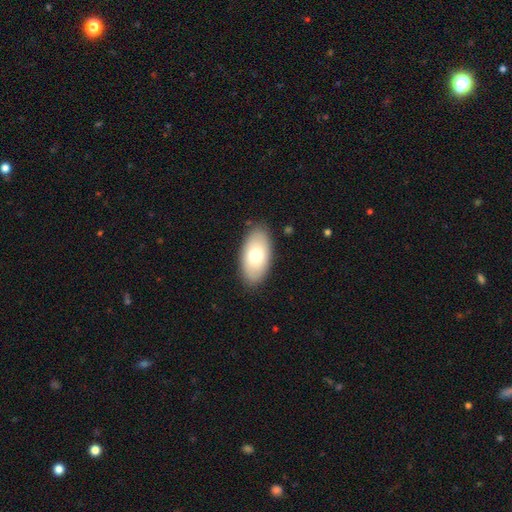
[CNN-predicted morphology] Smooth or featured? smooth (71%)
How rounded? in between (94%)
Merging? none (86%)